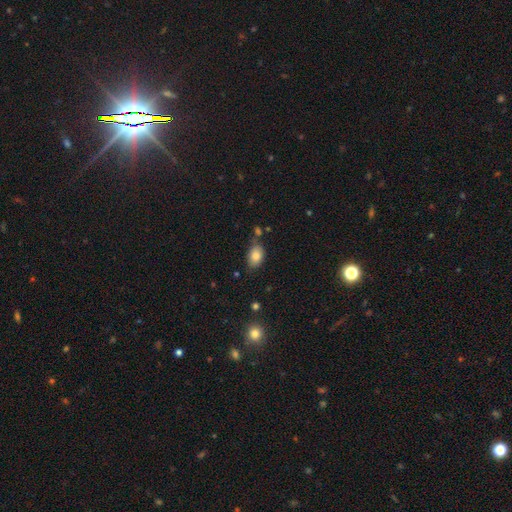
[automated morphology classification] Smooth or featured? Predicted: smooth (p=0.82). How rounded? Predicted: in between (p=0.87). Merging? Predicted: none (p=0.72).